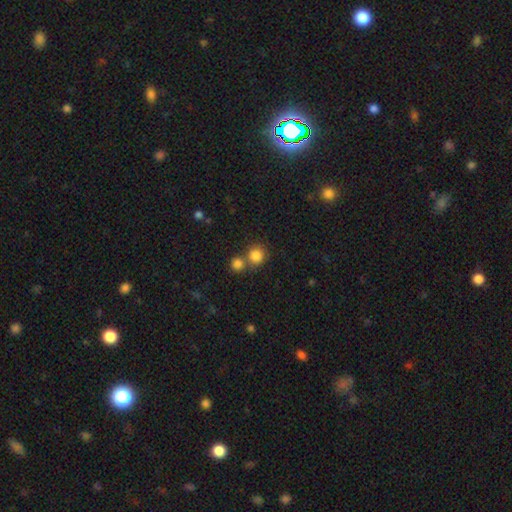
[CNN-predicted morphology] Overall: smooth (84%). How rounded: round (89%). Merging: none (58%; merger 31%).